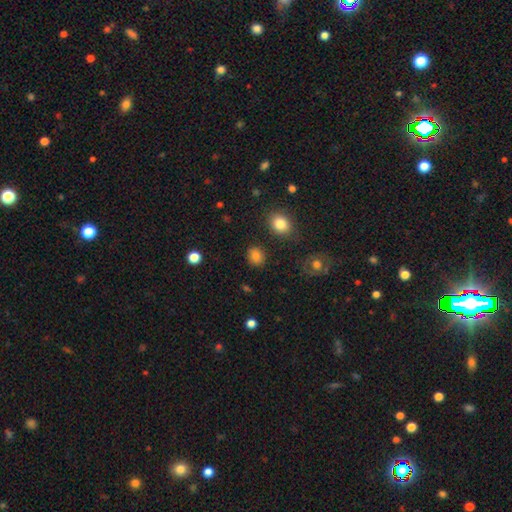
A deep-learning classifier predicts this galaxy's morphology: A smooth galaxy with no disk features (83%) that is round (62%).

Vote fractions:
- Smooth or featured? smooth: 83% / star or artifact: 11% / featured or disk: 6%
- How rounded? round: 62% / in between: 37% / cigar-shaped: 1%
- Merging? none: 88% / minor disturbance: 8% / major disturbance: 3% / merger: 2%